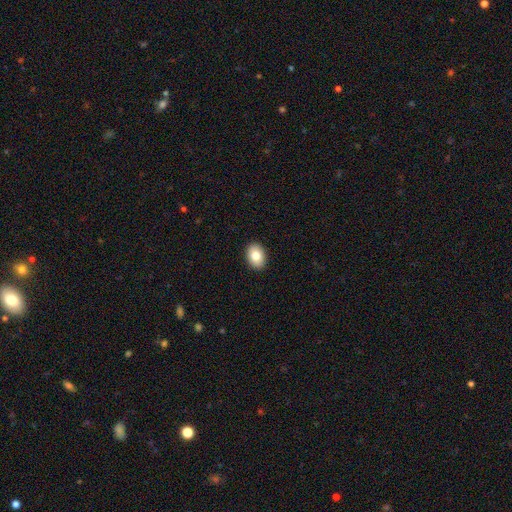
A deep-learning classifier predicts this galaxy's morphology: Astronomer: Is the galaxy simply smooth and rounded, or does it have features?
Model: smooth — 82%.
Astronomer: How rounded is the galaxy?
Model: in between — 80%.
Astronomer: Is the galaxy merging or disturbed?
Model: none — 91%.